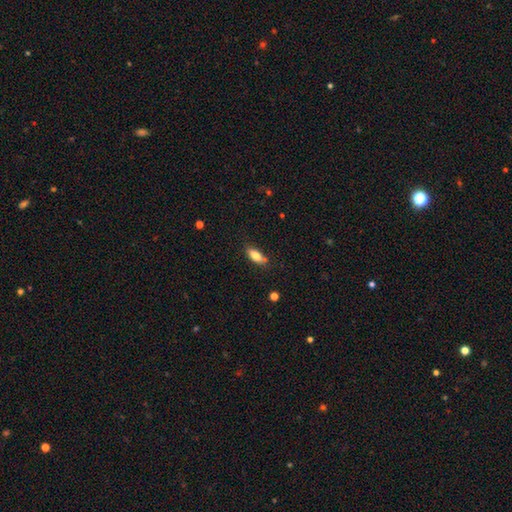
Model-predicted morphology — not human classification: This is likely a smooth galaxy (76%). How rounded: likely in between (74%). Merging: likely none (77%).